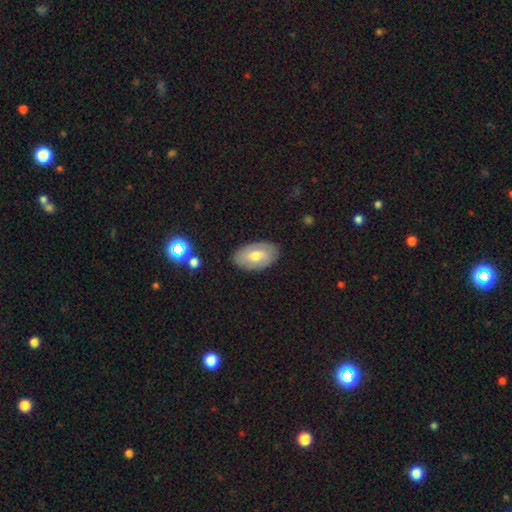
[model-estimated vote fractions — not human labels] A smooth galaxy with no disk features (51%) that is in between round and cigar-shaped (93%). Merging: none (85%).